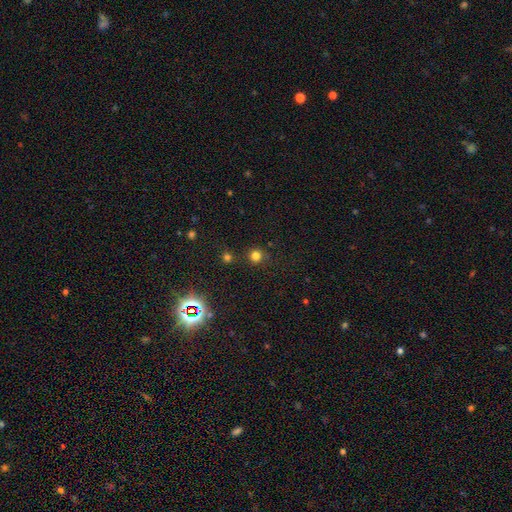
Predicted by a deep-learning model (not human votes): This is likely a smooth galaxy (76%). How rounded: clearly round (91%). Merging: clearly none (80%).